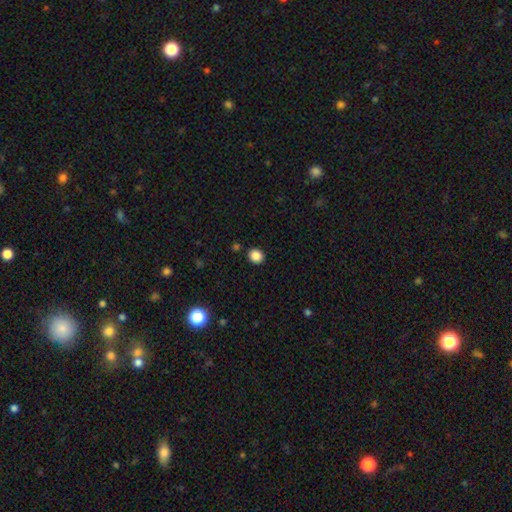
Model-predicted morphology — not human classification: Q: Smooth or featured?
A: smooth (86%); runner-up: star or artifact (11%)
Q: How rounded?
A: round (80%); runner-up: in between (20%)
Q: Merging?
A: none (89%); runner-up: minor disturbance (6%)